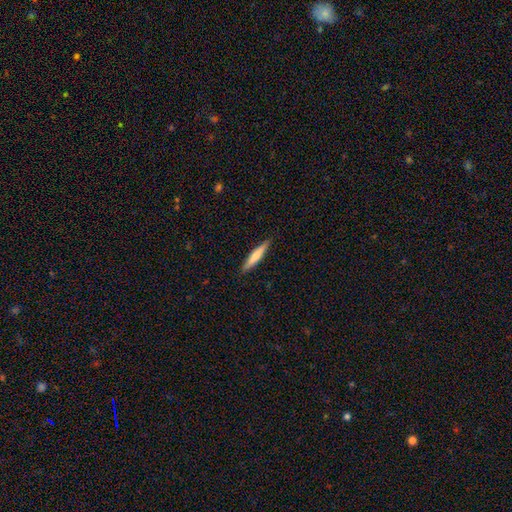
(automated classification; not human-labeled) smooth-or-featured: smooth: 66% | featured or disk: 28% | star or artifact: 5%
  how-rounded: cigar-shaped: 91% | in between: 7% | round: 1%
  merging: none: 90% | minor disturbance: 8% | major disturbance: 2% | merger: 1%